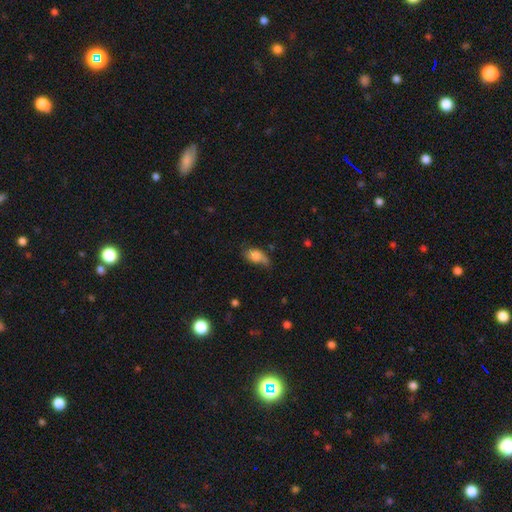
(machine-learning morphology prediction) type=smooth (72%); roundness=in between (78%); merging=none (37%).